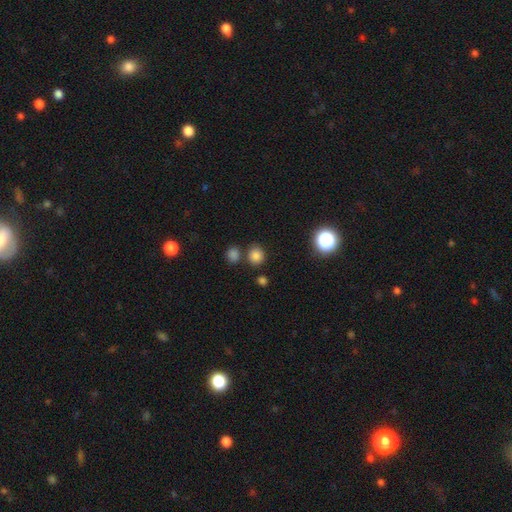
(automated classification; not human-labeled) smooth_or_featured: smooth (p=0.80) [alt: star or artifact p=0.15]
how_rounded: round (p=0.86) [alt: in between p=0.13]
merging: none (p=0.75) [alt: merger p=0.13]